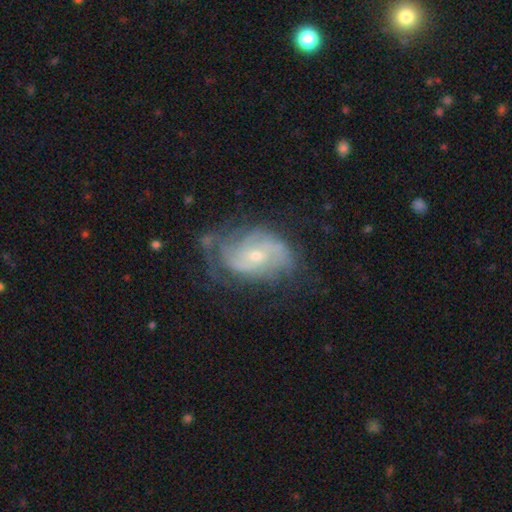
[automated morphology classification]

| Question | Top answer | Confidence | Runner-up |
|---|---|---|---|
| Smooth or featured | featured or disk | 80% | smooth (13%) |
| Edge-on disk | no | 96% | yes (4%) |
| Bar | no | 53% | weak (38%) |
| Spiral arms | yes | 90% | no (10%) |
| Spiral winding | tight | 44% | medium (39%) |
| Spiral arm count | can't tell | 36% | 2 (32%) |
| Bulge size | small | 63% | moderate (34%) |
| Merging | none | 54% | minor disturbance (26%) |